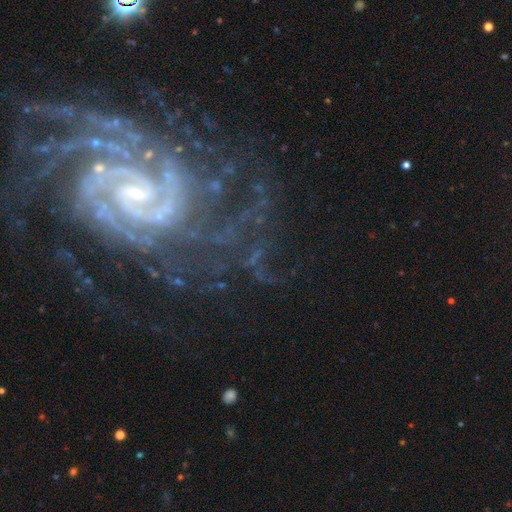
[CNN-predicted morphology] smooth_or_featured: featured or disk (p=0.73) [alt: star or artifact p=0.18]
disk_edge_on: no (p=0.97) [alt: yes p=0.03]
bar: no (p=0.49) [alt: weak p=0.33]
has_spiral_arms: yes (p=0.87) [alt: no p=0.13]
spiral_winding: tight (p=0.49) [alt: medium p=0.35]
spiral_arm_count: can't tell (p=0.32) [alt: 2 p=0.25]
bulge_size: small (p=0.66) [alt: moderate p=0.18]
merging: none (p=0.54) [alt: major disturbance p=0.25]